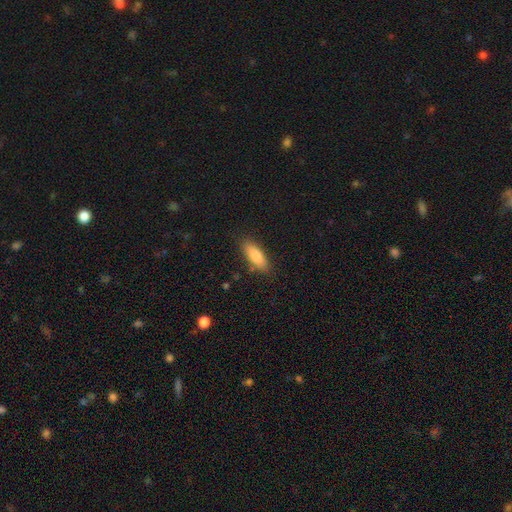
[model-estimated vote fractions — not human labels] Smooth or featured?
  - smooth: 81% *
  - featured or disk: 12%
  - star or artifact: 6%
How rounded?
  - in between: 63% *
  - cigar-shaped: 35%
  - round: 2%
Merging?
  - none: 85% *
  - minor disturbance: 11%
  - major disturbance: 3%
  - merger: 2%